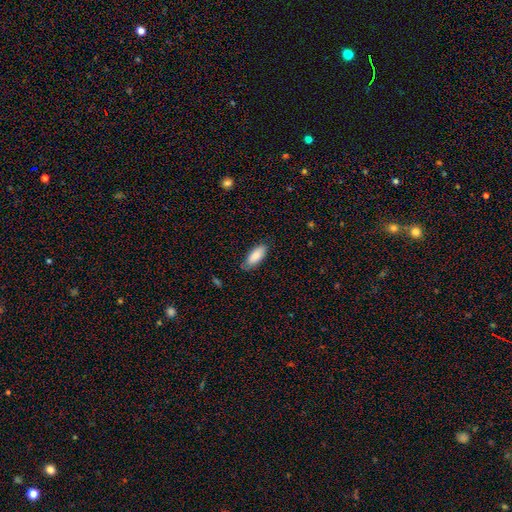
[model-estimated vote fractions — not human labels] Overall: smooth (85%). How rounded: in between (81%). Merging: none (75%).